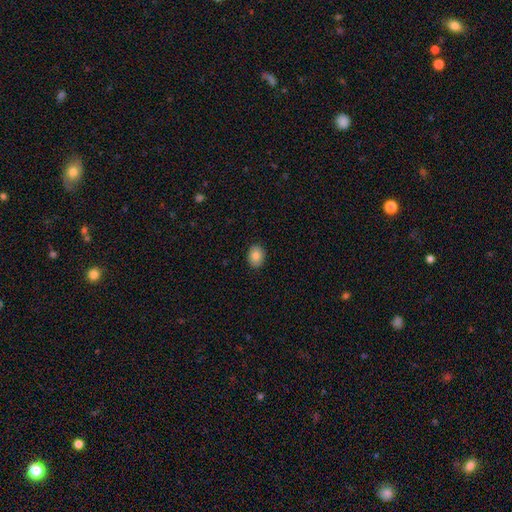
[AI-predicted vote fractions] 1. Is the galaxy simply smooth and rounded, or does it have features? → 84% smooth, 9% featured or disk, 8% star or artifact.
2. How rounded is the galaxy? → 64% in between, 35% round, 1% cigar-shaped.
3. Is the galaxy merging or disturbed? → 90% none, 7% minor disturbance, 2% major disturbance, 1% merger.